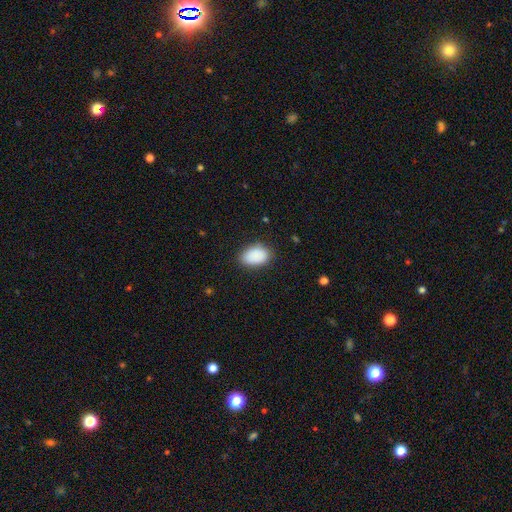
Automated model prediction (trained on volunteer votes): Morphology: type=smooth (90%); roundness=in between (89%); merging=none (83%).